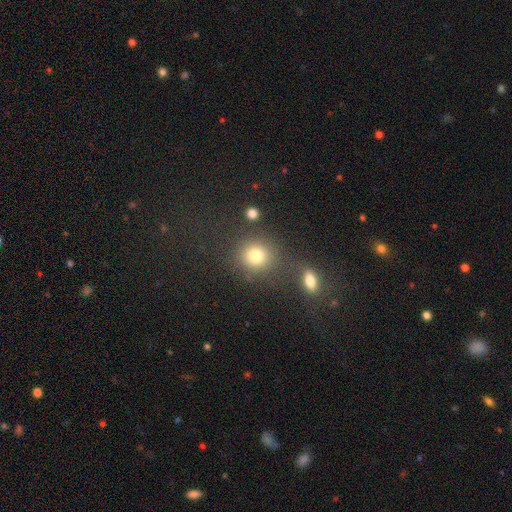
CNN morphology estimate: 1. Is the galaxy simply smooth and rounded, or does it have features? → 80% smooth, 13% star or artifact, 8% featured or disk.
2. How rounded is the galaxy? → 85% round, 14% in between, 1% cigar-shaped.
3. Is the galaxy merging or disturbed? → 71% none, 15% merger, 9% minor disturbance, 5% major disturbance.